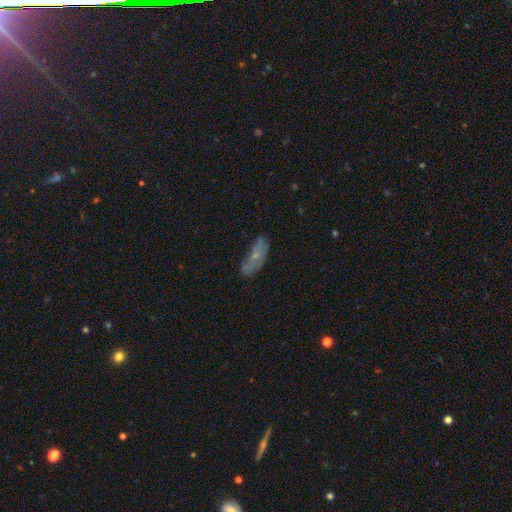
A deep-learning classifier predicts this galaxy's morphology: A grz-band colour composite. It shows a smooth galaxy with no disk features (53%) that is in between round and cigar-shaped (62%). Merging: none (60%).